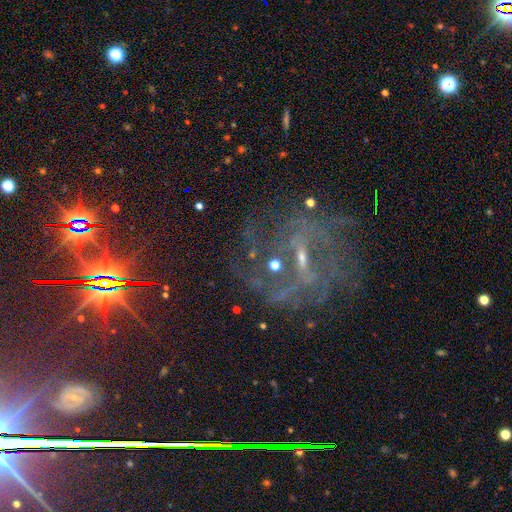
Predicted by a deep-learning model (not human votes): This appears to be a featured or disk galaxy (63%) with a weak bar (42%), 2 (36%) medium (42%) spiral arms (87%) and a small central bulge (66%). Merging: none (67%).